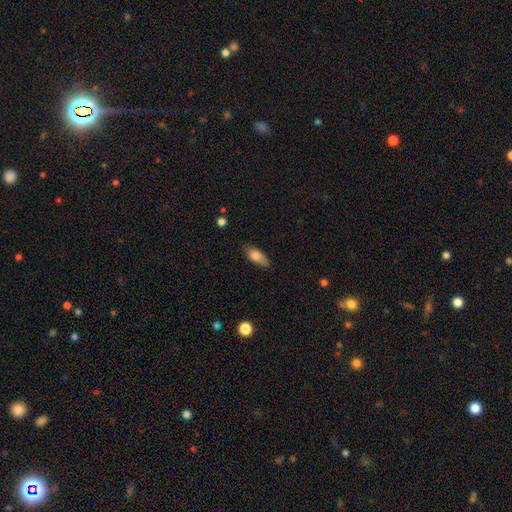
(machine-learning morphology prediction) This is likely a smooth galaxy (76%). How rounded: clearly in between (80%). Merging: likely none (75%).